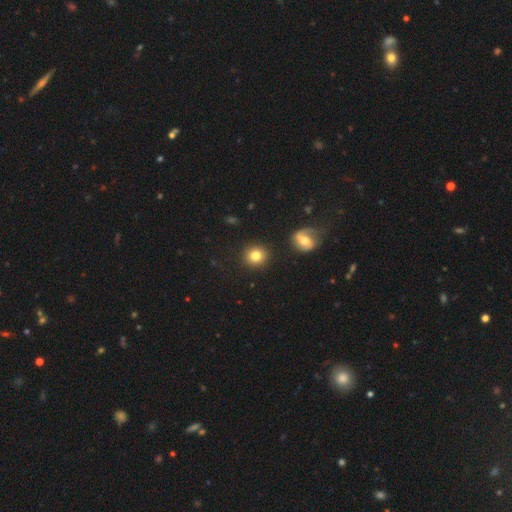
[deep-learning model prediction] smooth_or_featured: smooth (p=0.81) [alt: star or artifact p=0.10]
how_rounded: round (p=0.89) [alt: in between p=0.10]
merging: none (p=0.88) [alt: minor disturbance p=0.06]